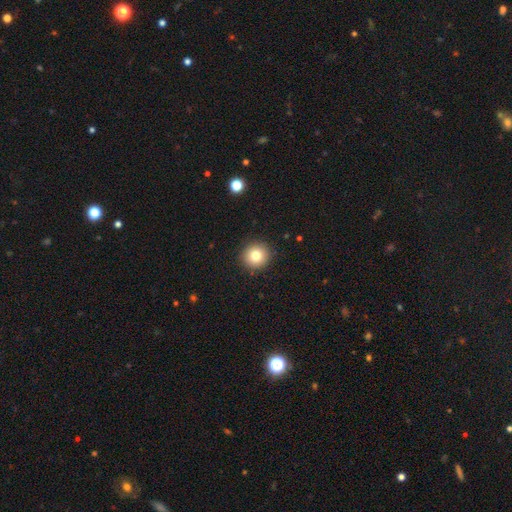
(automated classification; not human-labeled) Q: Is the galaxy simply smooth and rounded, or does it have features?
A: smooth — 80%.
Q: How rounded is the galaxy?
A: round — 93%.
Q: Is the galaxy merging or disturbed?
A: none — 92%.